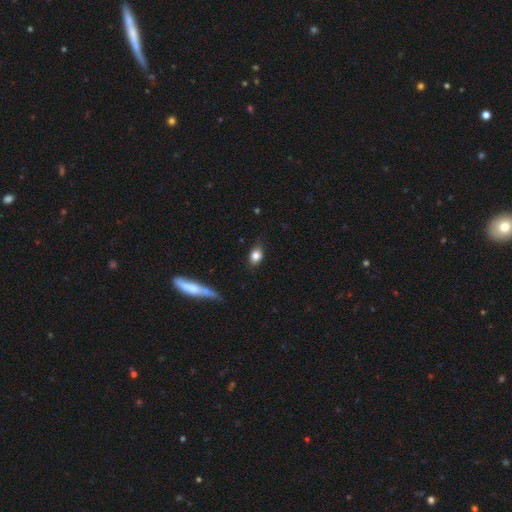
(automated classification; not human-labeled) A smooth galaxy with no disk features (79%) that is in between round and cigar-shaped (74%).

Vote fractions:
- Smooth or featured? smooth: 79% / featured or disk: 13% / star or artifact: 9%
- How rounded? in between: 74% / round: 22% / cigar-shaped: 4%
- Merging? none: 77% / minor disturbance: 17% / major disturbance: 4% / merger: 2%